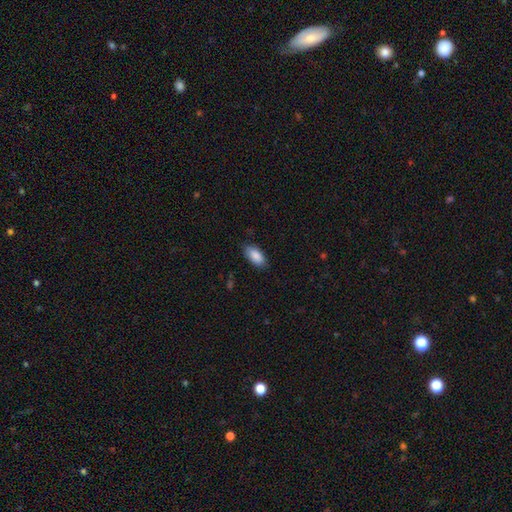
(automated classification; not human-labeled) Overall: smooth (89%). How rounded: in between (92%). Merging: none (83%).